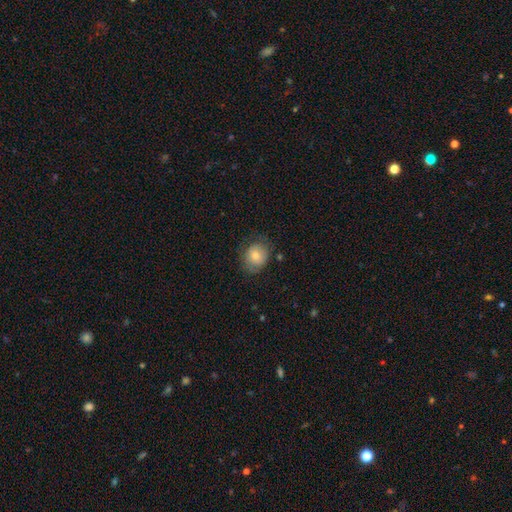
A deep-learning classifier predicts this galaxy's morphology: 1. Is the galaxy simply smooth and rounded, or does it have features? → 76% smooth, 16% featured or disk, 8% star or artifact.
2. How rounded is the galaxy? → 66% round, 33% in between, 1% cigar-shaped.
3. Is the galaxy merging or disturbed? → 70% none, 21% minor disturbance, 7% major disturbance, 1% merger.